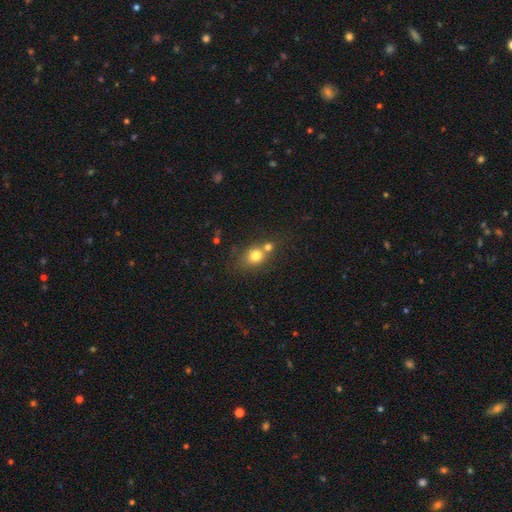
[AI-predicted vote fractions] smooth_or_featured: smooth (p=0.76) [alt: star or artifact p=0.12]
how_rounded: round (p=0.68) [alt: in between p=0.31]
merging: none (p=0.44) [alt: merger p=0.42]